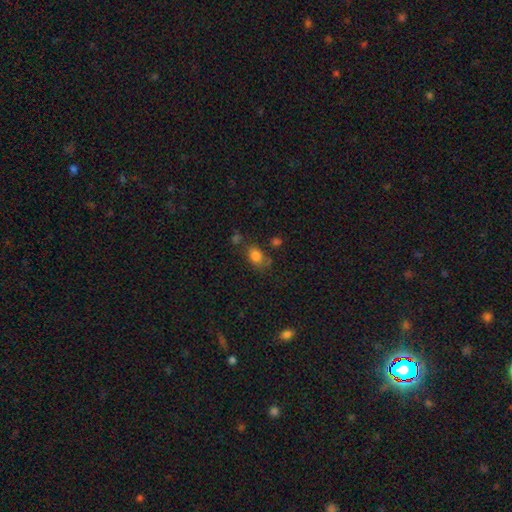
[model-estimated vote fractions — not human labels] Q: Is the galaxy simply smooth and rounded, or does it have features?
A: smooth — 80%.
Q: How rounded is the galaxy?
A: in between — 70%.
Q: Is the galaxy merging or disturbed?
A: none — 60%.